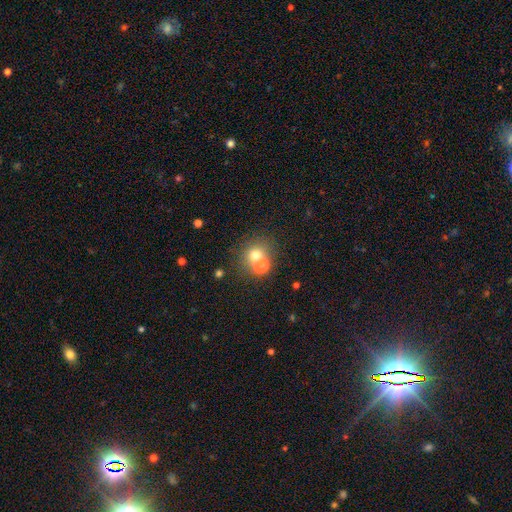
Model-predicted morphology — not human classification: A smooth galaxy with no disk features (68%) that is round (82%).

Vote fractions:
- Smooth or featured? smooth: 68% / star or artifact: 17% / featured or disk: 15%
- How rounded? round: 82% / in between: 17% / cigar-shaped: 1%
- Merging? none: 53% / merger: 36% / minor disturbance: 7% / major disturbance: 4%